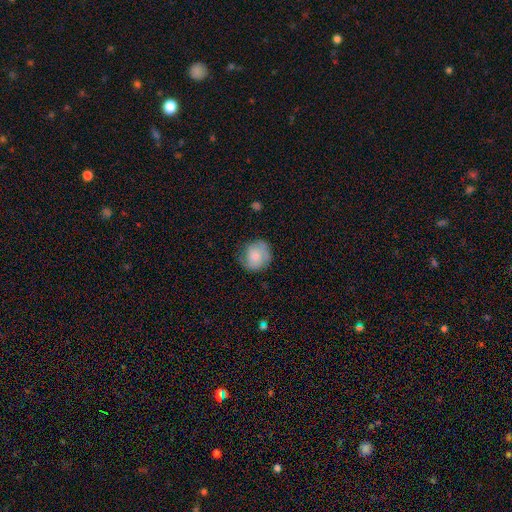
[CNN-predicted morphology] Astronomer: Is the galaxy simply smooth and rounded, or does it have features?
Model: smooth — 56% (runner-up: featured or disk, 36%).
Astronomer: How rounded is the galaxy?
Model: round — 82%.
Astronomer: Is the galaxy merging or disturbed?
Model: none — 70%.